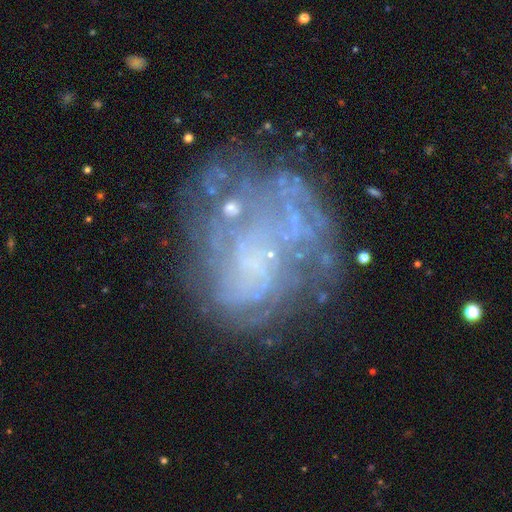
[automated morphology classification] Smooth or featured: featured or disk — 67% (smooth — 18%)
Edge-on disk: no — 98% (yes — 2%)
Bar: no — 84% (weak — 13%)
Spiral arms: no — 55% (yes — 45%)
Bulge size: none — 69% (small — 21%)
Merging: none — 49% (major disturbance — 25%)